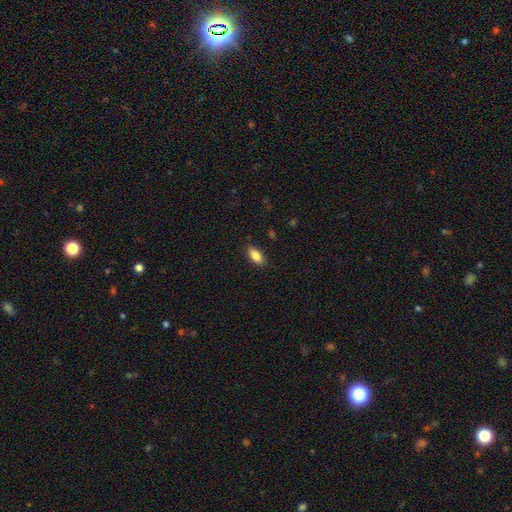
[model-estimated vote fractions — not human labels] The model was most divided on "smooth or featured": smooth: 85%, featured or disk: 8%, star or artifact: 7%. More confident: how rounded — in between (90%); merging — none (87%).